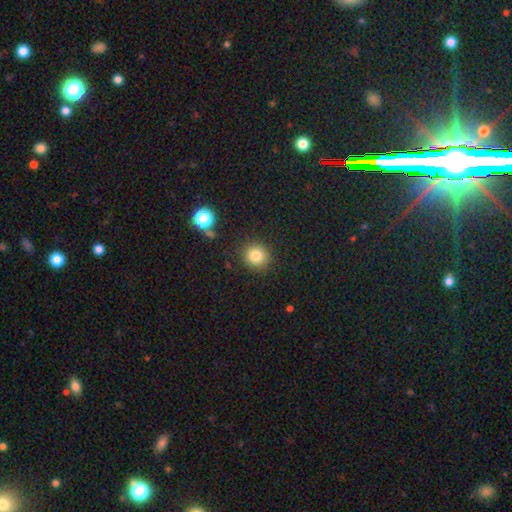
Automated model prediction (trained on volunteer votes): Q: Smooth or featured?
A: smooth (81%); runner-up: star or artifact (12%)
Q: How rounded?
A: round (89%); runner-up: in between (10%)
Q: Merging?
A: none (88%); runner-up: minor disturbance (8%)